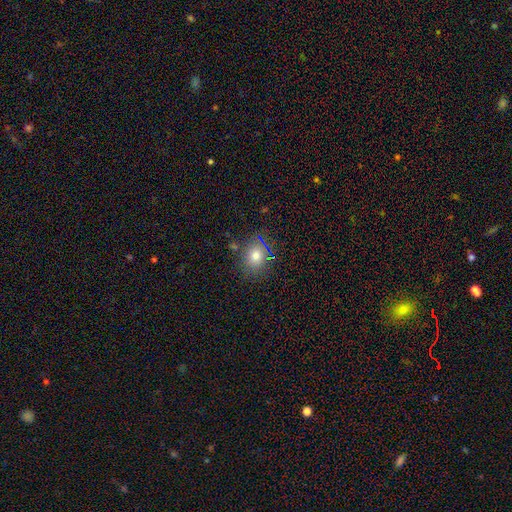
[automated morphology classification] smooth 75%, star or artifact 15%, featured or disk 10%. Down the decision tree: how rounded — round (55%); merging — none (80%).